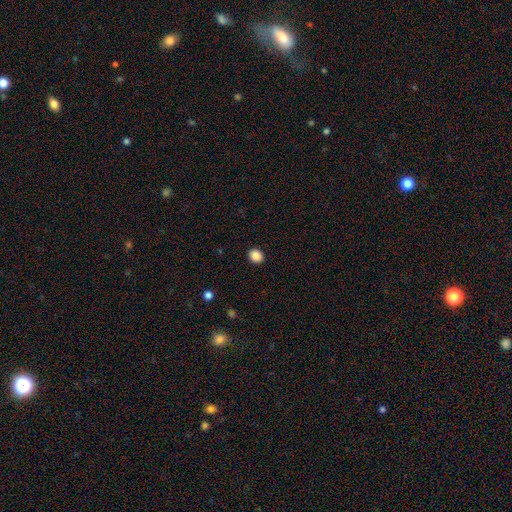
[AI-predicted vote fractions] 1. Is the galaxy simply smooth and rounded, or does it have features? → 88% smooth, 10% star or artifact, 2% featured or disk.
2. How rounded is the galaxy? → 66% round, 33% in between, 1% cigar-shaped.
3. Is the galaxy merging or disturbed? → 91% none, 6% minor disturbance, 2% major disturbance, 1% merger.